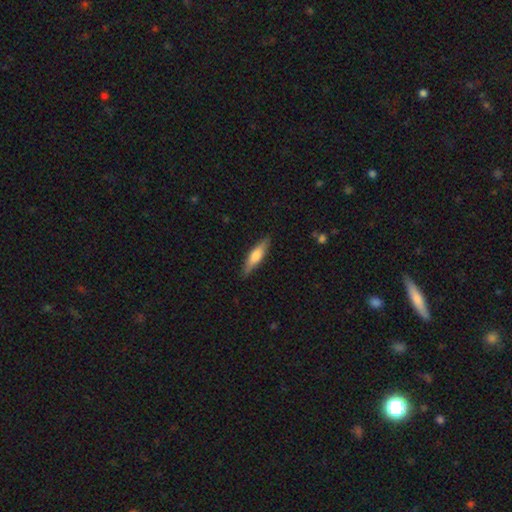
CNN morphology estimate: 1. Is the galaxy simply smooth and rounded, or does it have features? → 58% smooth, 36% featured or disk, 6% star or artifact.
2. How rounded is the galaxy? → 70% cigar-shaped, 28% in between, 2% round.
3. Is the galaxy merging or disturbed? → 87% none, 10% minor disturbance, 2% major disturbance, 1% merger.